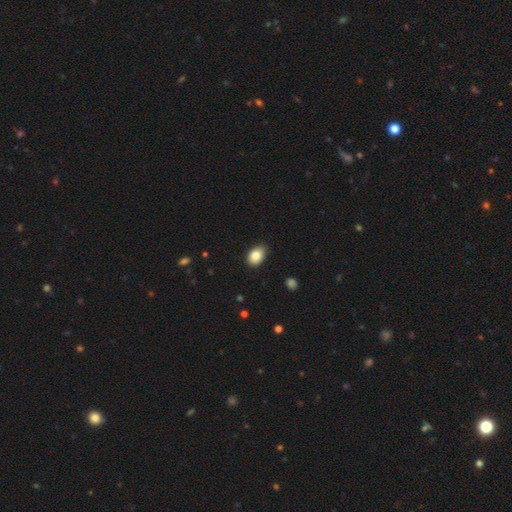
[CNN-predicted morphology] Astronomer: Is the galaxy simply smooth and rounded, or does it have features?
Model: smooth — 86%.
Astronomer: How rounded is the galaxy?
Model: in between — 83%.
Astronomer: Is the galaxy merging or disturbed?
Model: none — 83%.